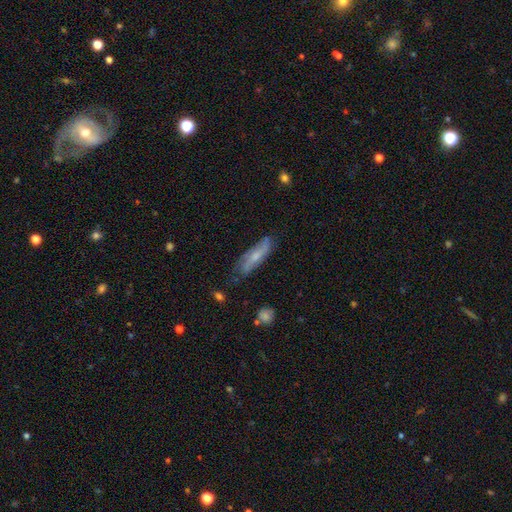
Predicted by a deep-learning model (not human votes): Smooth or featured? Predicted: featured or disk (p=0.48). Merging? Predicted: none (p=0.72).